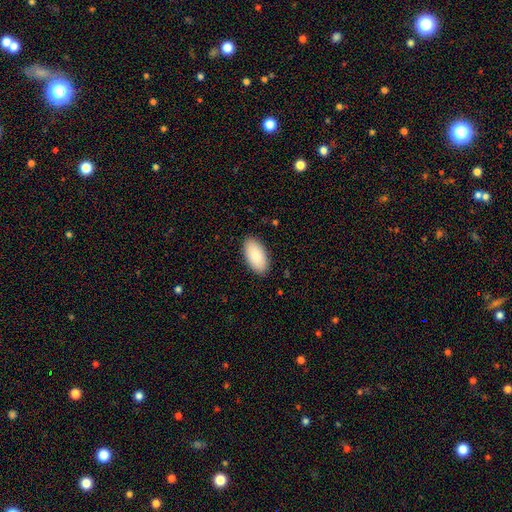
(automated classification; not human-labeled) This is clearly a smooth galaxy (89%). How rounded: clearly in between (96%). Merging: clearly none (88%).